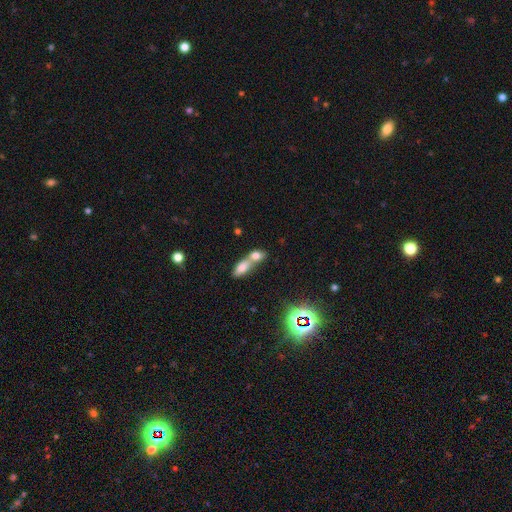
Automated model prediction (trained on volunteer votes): A smooth galaxy with no disk features (74%) that is in between round and cigar-shaped (74%). Merging: merger (72%).